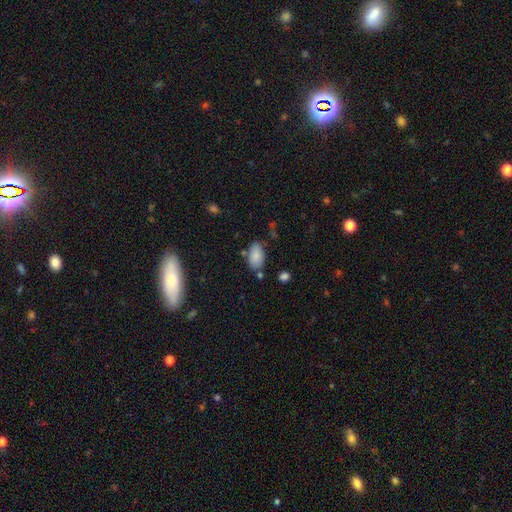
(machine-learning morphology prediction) A smooth galaxy with no disk features (86%) that is in between round and cigar-shaped (93%). Merging: none (74%).